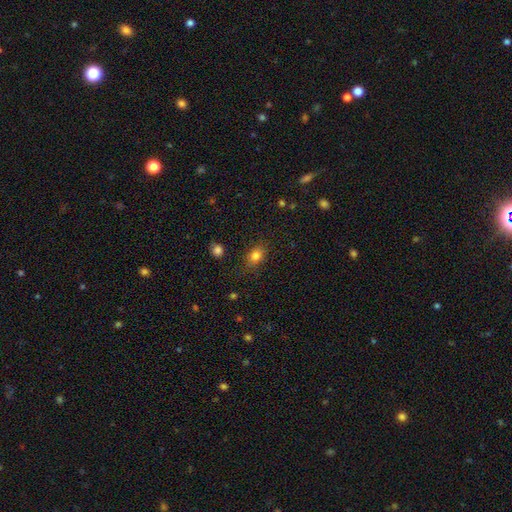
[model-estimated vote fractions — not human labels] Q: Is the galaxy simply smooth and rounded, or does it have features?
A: smooth — 82%.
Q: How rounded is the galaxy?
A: in between — 67%.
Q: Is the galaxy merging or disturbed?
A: none — 80%.